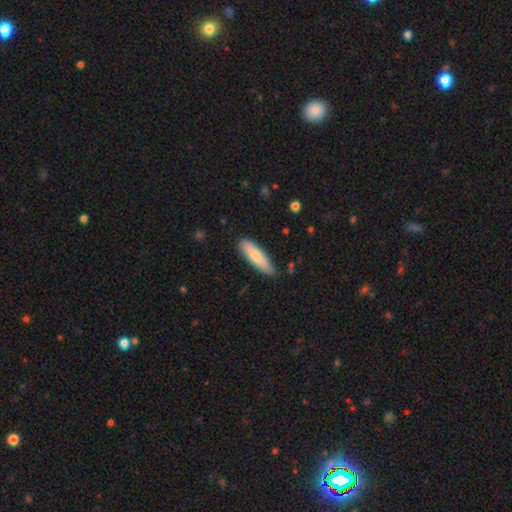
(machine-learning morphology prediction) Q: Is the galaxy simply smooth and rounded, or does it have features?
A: smooth — 79%.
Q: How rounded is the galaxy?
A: cigar-shaped — 62%.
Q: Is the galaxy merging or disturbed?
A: none — 84%.